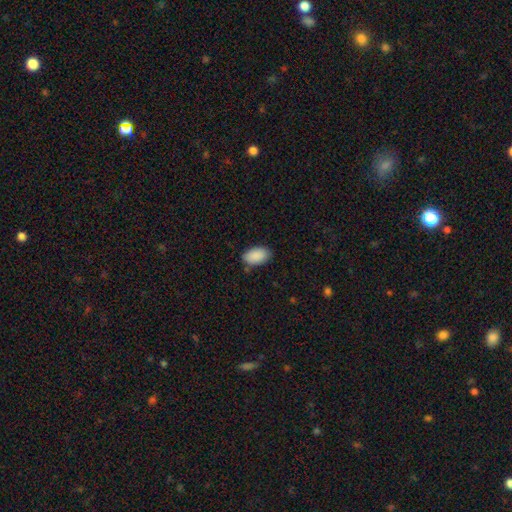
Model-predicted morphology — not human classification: This is clearly a smooth galaxy (90%). How rounded: clearly in between (94%). Merging: clearly none (82%).